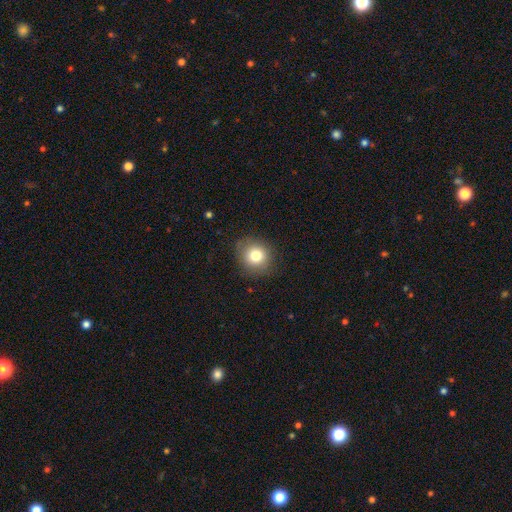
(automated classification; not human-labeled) smooth 80%, star or artifact 11%, featured or disk 10%. Down the decision tree: how rounded — round (80%); merging — none (85%).